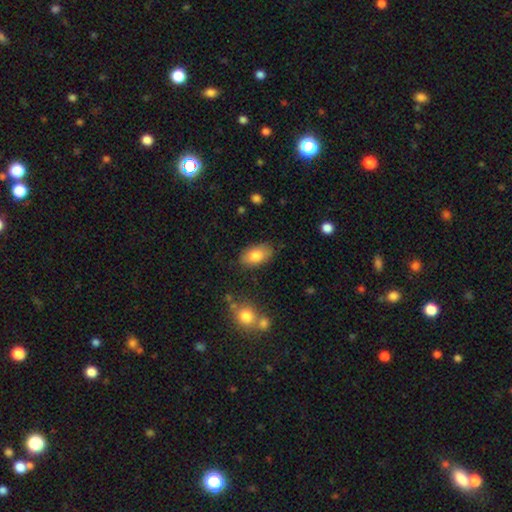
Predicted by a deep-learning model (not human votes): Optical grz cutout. It shows a smooth galaxy with no disk features (80%) that is in between round and cigar-shaped (92%). Merging: none (81%).